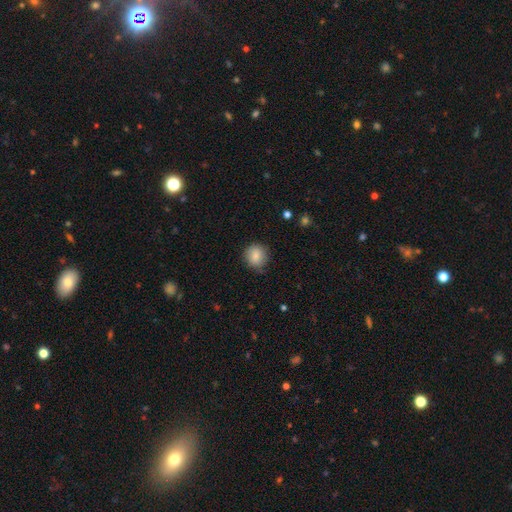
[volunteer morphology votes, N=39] Smooth or featured?
  - smooth: 85% *
  - featured or disk: 8%
  - star or artifact: 8%
How rounded?
  - round: 91% *
  - in between: 6%
  - cigar-shaped: 3%
Merging?
  - none: 92% *
  - minor disturbance: 3%
  - major disturbance: 3%
  - merger: 3%